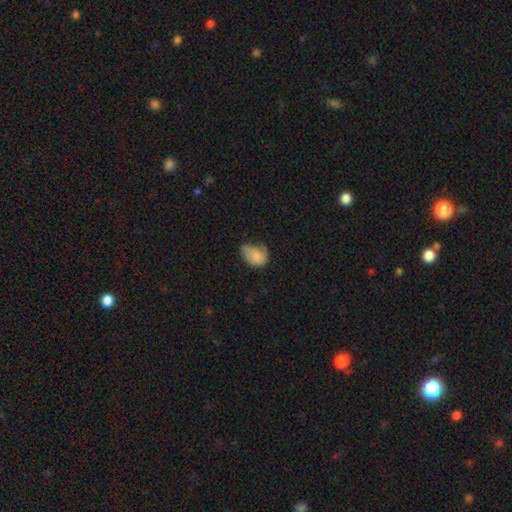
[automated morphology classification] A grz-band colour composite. It shows a smooth galaxy with no disk features (75%) that is in between round and cigar-shaped (74%). Merging: minor disturbance (43%).